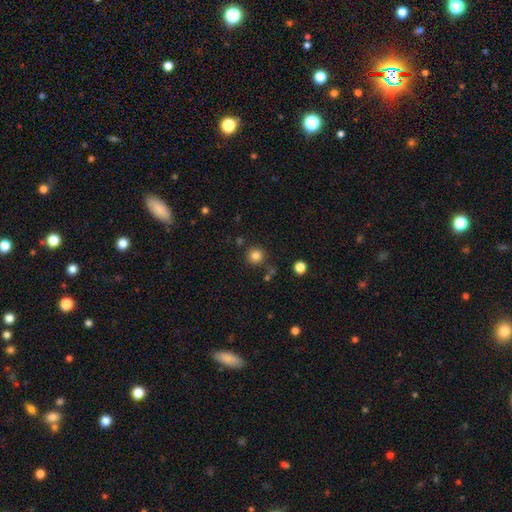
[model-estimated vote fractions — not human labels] Morphology: type=smooth (82%); roundness=round (93%); merging=none (84%).